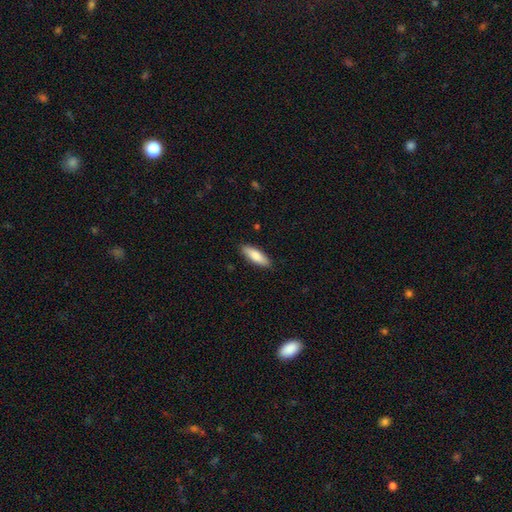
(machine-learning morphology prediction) A smooth galaxy with no disk features (84%) that is in between round and cigar-shaped (58%).

Vote fractions:
- Smooth or featured? smooth: 84% / featured or disk: 11% / star or artifact: 6%
- How rounded? in between: 58% / cigar-shaped: 40% / round: 2%
- Merging? none: 88% / minor disturbance: 9% / major disturbance: 2% / merger: 1%